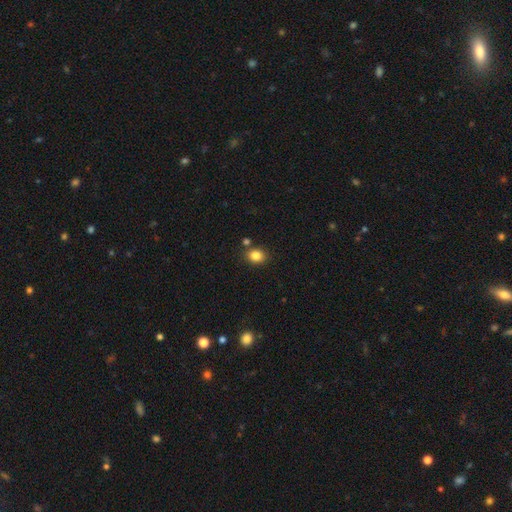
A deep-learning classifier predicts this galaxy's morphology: type=smooth (84%); roundness=round (56%); merging=none (79%).